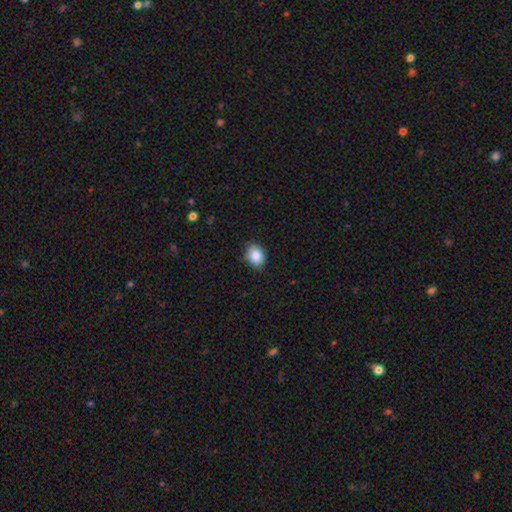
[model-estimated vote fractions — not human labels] Morphology: type=smooth (86%); roundness=in between (64%); merging=none (82%).